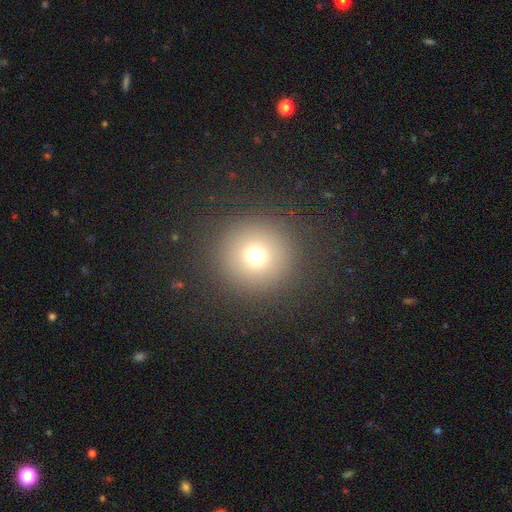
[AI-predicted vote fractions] Smooth or featured?
  - smooth: 72% *
  - star or artifact: 18%
  - featured or disk: 11%
How rounded?
  - round: 96% *
  - in between: 3%
  - cigar-shaped: 1%
Merging?
  - none: 90% *
  - minor disturbance: 5%
  - major disturbance: 4%
  - merger: 1%